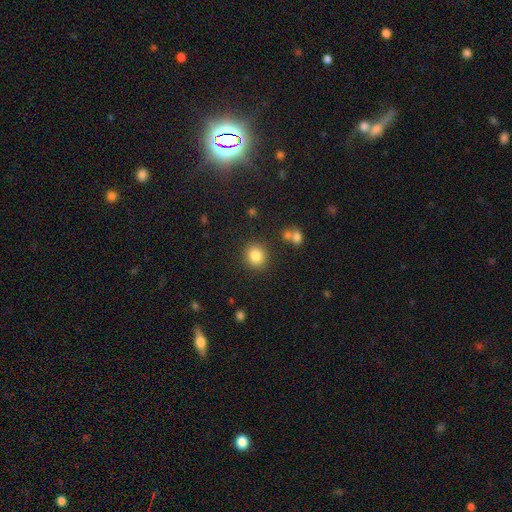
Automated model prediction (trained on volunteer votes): Smooth or featured? Predicted: smooth (p=0.84). How rounded? Predicted: round (p=0.81). Merging? Predicted: none (p=0.86).